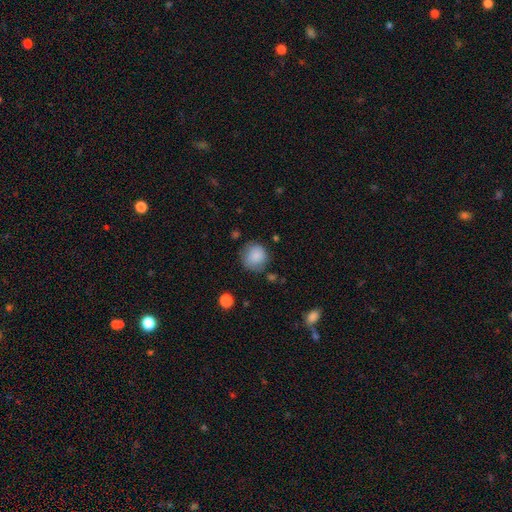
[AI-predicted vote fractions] Smooth or featured? smooth (85%)
How rounded? round (88%)
Merging? none (70%)